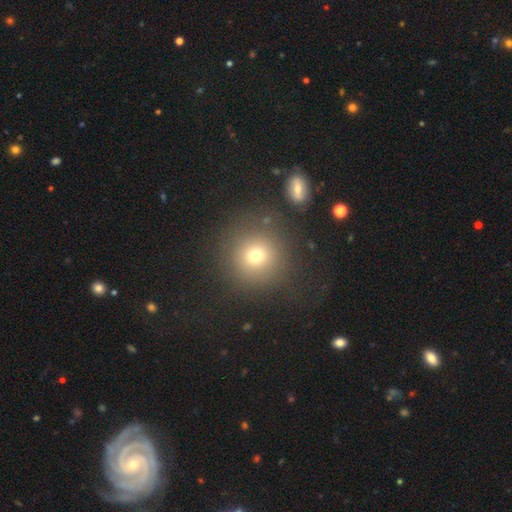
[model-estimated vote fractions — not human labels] Smooth or featured? smooth (71%)
How rounded? round (93%)
Merging? none (82%)